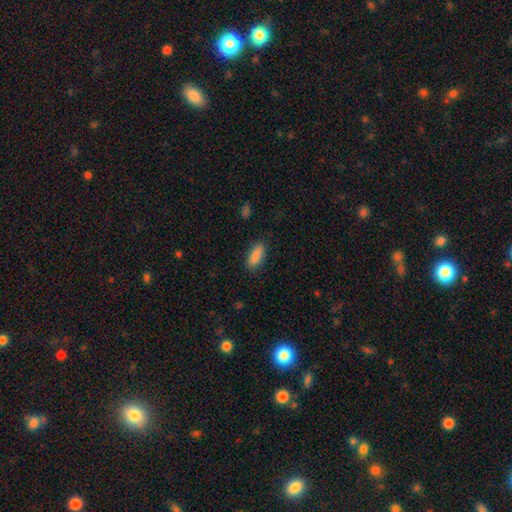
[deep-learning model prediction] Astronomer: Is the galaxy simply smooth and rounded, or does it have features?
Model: smooth — 89%.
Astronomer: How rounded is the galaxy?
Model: in between — 74%.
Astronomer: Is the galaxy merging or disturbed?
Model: none — 86%.